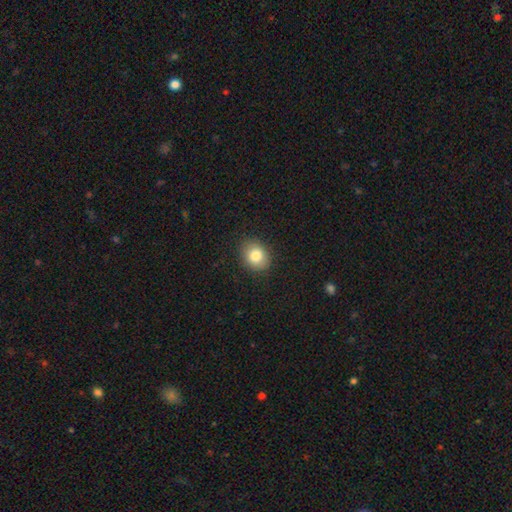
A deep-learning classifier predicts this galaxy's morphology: The model was most divided on "how rounded": round: 50%, in between: 49%, cigar-shaped: 1%. More confident: merging — none (88%); smooth or featured — smooth (83%).